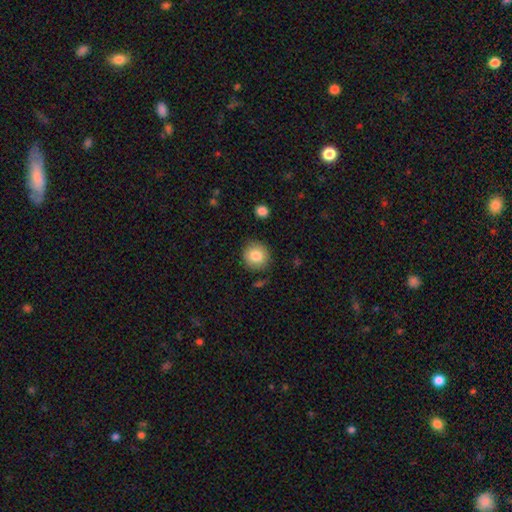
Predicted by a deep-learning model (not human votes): smooth_or_featured: smooth (p=0.83) [alt: star or artifact p=0.09]
how_rounded: round (p=0.91) [alt: in between p=0.08]
merging: none (p=0.86) [alt: minor disturbance p=0.10]